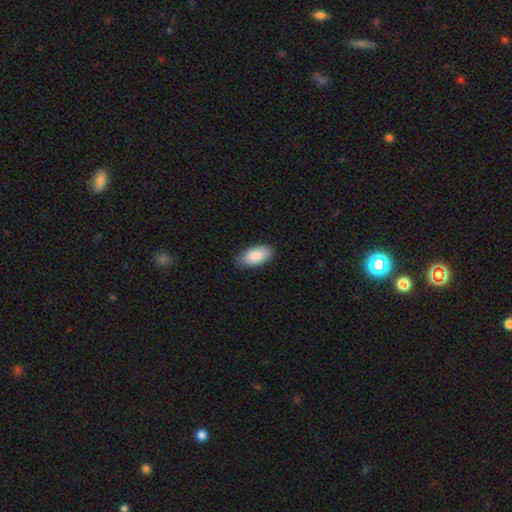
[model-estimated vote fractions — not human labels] Smooth or featured?
  - smooth: 88% *
  - featured or disk: 6%
  - star or artifact: 6%
How rounded?
  - in between: 95% *
  - cigar-shaped: 3%
  - round: 2%
Merging?
  - none: 86% *
  - minor disturbance: 11%
  - major disturbance: 2%
  - merger: 1%